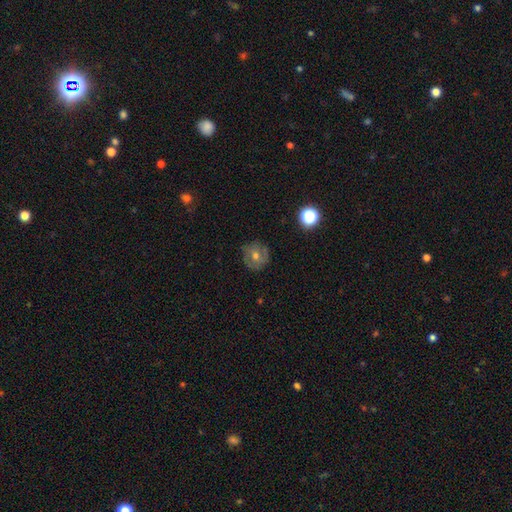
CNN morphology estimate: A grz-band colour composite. It shows a smooth galaxy with no disk features (45%). Merging: none (81%).